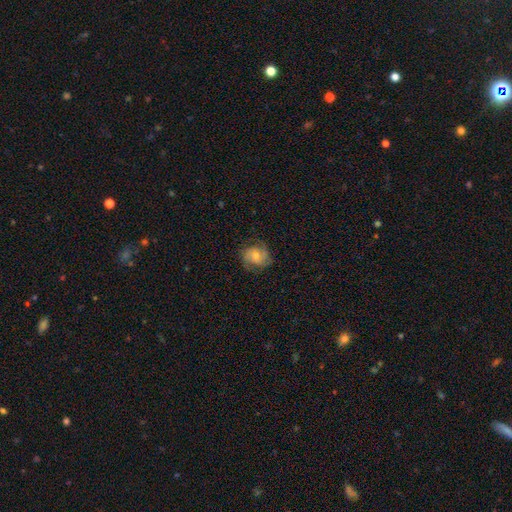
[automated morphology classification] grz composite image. It shows a featured or disk galaxy (62%) with no bar (77%), 2 (36%) medium (45%) spiral arms (91%) and a moderate central bulge (55%). Merging: none (70%).